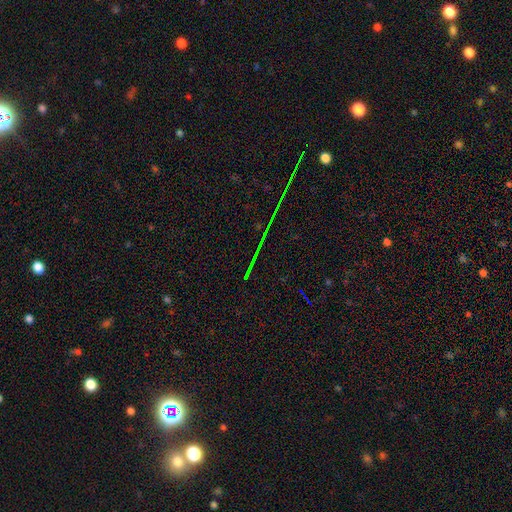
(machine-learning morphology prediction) Smooth or featured? Predicted: star or artifact (p=0.79).